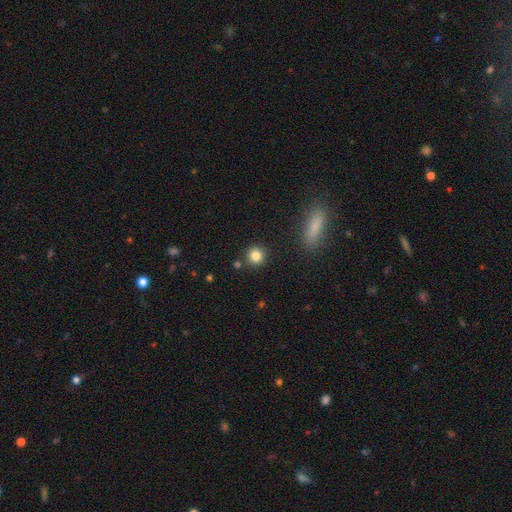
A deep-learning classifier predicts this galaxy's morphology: A smooth galaxy with no disk features (83%) that is round (92%).

Vote fractions:
- Smooth or featured? smooth: 83% / star or artifact: 11% / featured or disk: 6%
- How rounded? round: 92% / in between: 7% / cigar-shaped: 1%
- Merging? none: 86% / minor disturbance: 7% / merger: 5% / major disturbance: 2%